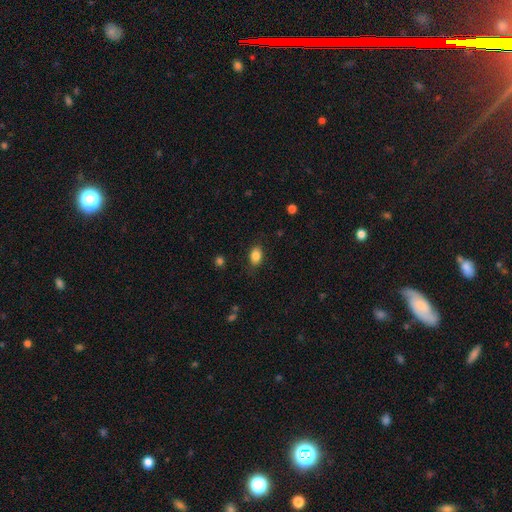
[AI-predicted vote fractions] Smooth or featured? Predicted: smooth (p=0.85). How rounded? Predicted: in between (p=0.84). Merging? Predicted: none (p=0.83).